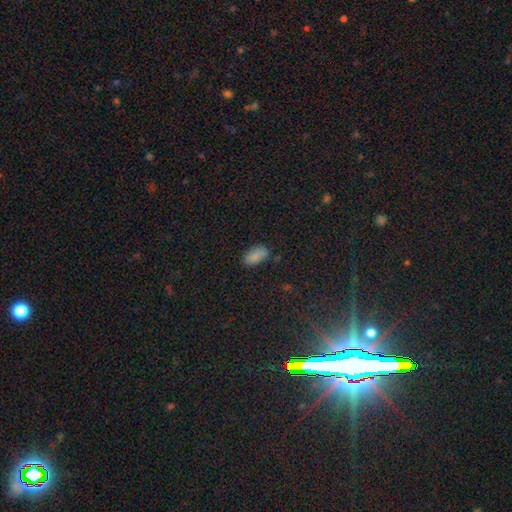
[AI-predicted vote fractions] Smooth or featured? smooth (84%)
How rounded? in between (94%)
Merging? none (79%)